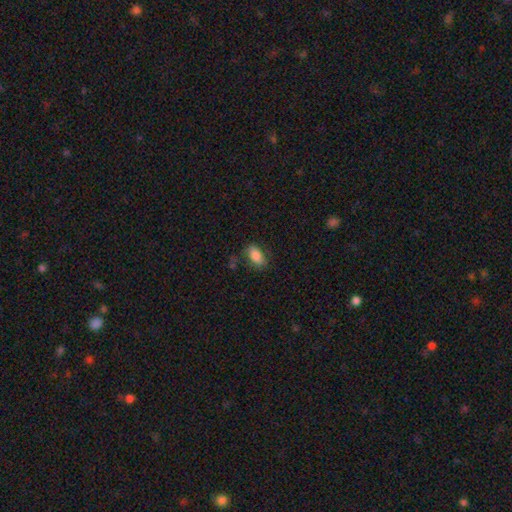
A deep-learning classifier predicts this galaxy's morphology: This is clearly a smooth galaxy (81%). How rounded: clearly in between (90%). Merging: likely none (70%).